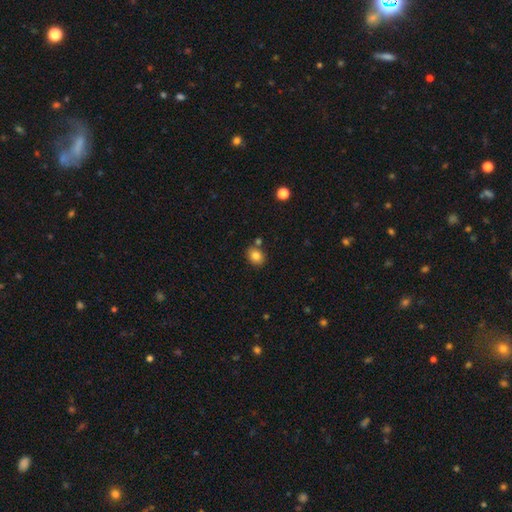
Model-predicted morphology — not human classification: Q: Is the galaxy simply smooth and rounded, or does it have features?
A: smooth — 82%.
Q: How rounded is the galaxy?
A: round — 54%.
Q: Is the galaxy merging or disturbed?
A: none — 76%.